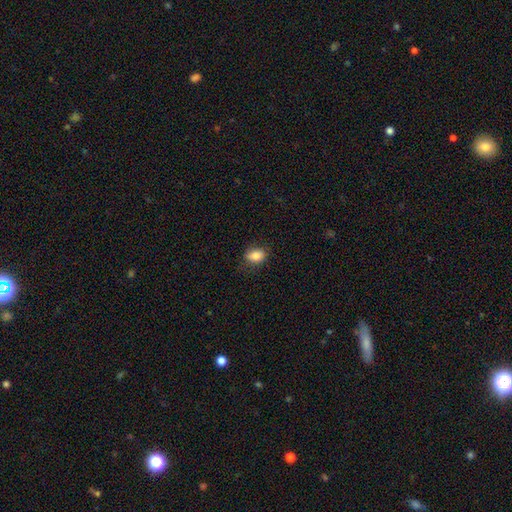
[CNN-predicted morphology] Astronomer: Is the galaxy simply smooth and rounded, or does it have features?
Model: smooth — 83%.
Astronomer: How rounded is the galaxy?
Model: in between — 75%.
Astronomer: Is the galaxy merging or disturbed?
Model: none — 78%.